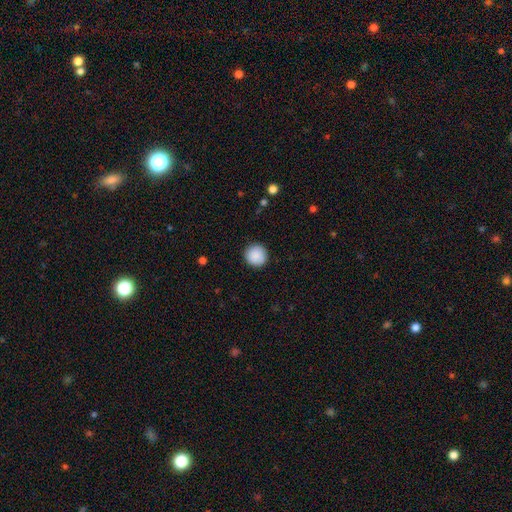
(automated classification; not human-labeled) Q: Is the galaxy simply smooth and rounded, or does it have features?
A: smooth — 90%.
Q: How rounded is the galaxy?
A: round — 96%.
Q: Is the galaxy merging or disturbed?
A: none — 92%.